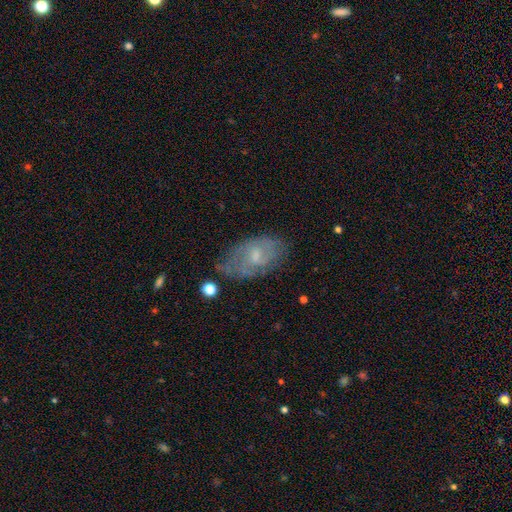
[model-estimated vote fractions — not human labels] Smooth or featured? Predicted: featured or disk (p=0.57). Edge-on disk? Predicted: no (p=0.94). Bar? Predicted: no (p=0.48). Spiral arms? Predicted: yes (p=0.69). Bulge size? Predicted: small (p=0.47). Merging? Predicted: none (p=0.60).